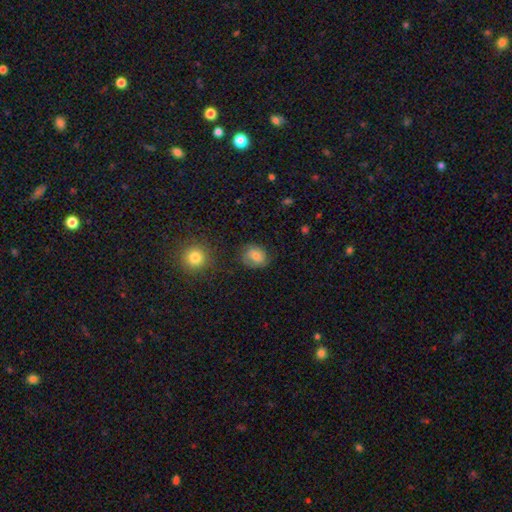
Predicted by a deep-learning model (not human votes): Smooth or featured? smooth (51%)
How rounded? round (64%)
Merging? none (75%)